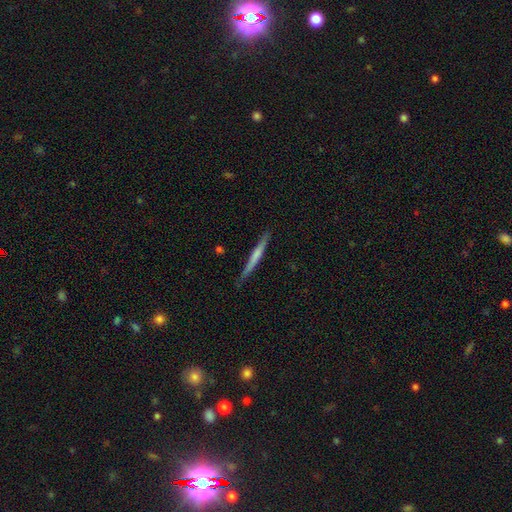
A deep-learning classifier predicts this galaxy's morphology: A smooth galaxy with no disk features (50%) that is cigar-shaped (96%). Merging: none (86%).